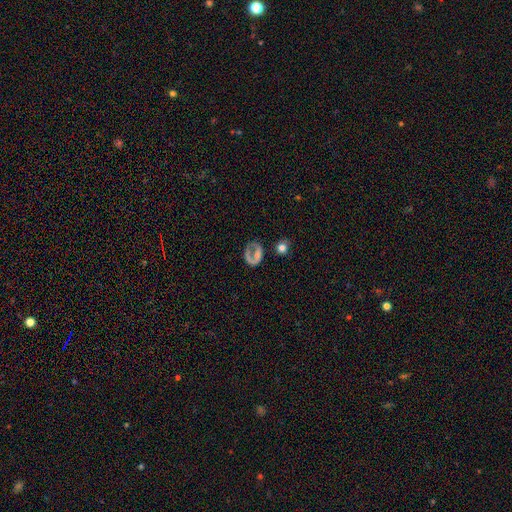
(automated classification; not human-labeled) Smooth or featured: smooth — 45% (featured or disk — 42%)
Merging: none — 42% (major disturbance — 31%)